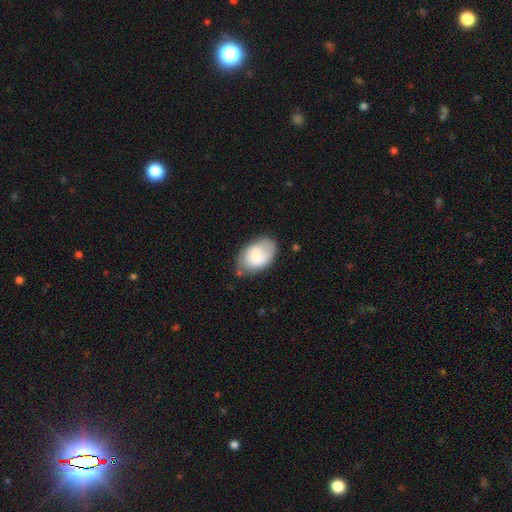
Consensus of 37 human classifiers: Smooth or featured? smooth (76%)
How rounded? in between (93%)
Merging? none (81%)